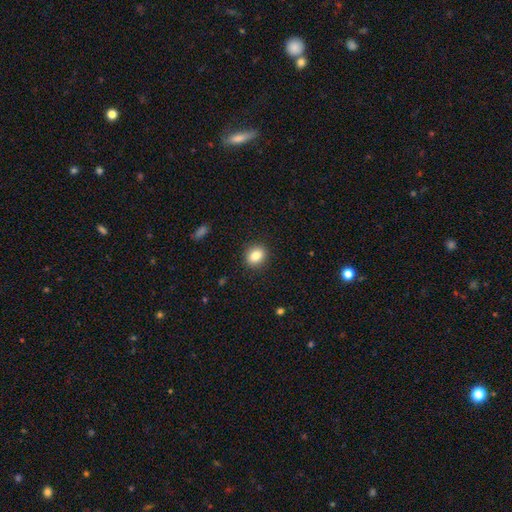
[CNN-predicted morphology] A smooth galaxy with no disk features (84%) that is round (58%).

Vote fractions:
- Smooth or featured? smooth: 84% / star or artifact: 9% / featured or disk: 7%
- How rounded? round: 58% / in between: 40% / cigar-shaped: 1%
- Merging? none: 90% / minor disturbance: 7% / major disturbance: 2% / merger: 1%